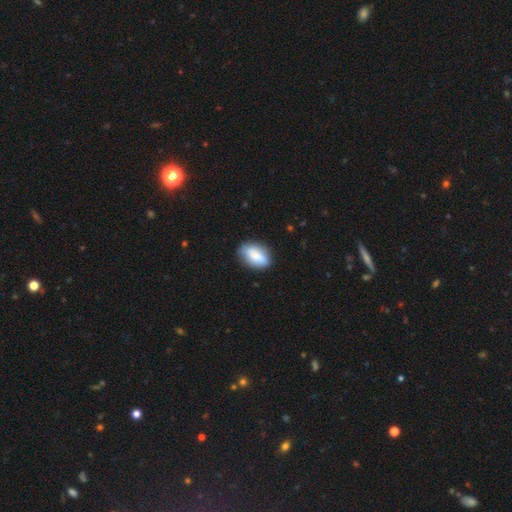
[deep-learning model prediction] Smooth or featured? Predicted: smooth (p=0.78). How rounded? Predicted: in between (p=0.85). Merging? Predicted: none (p=0.77).